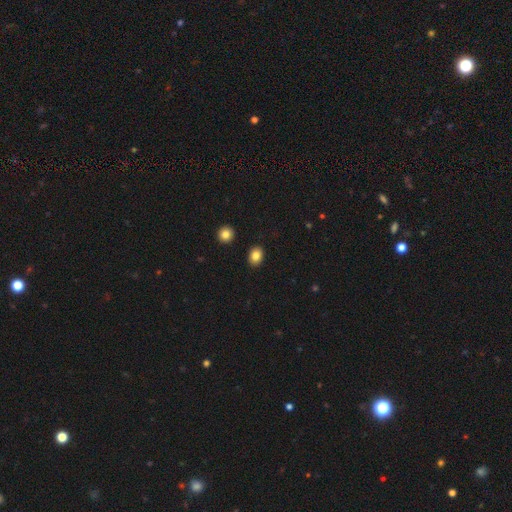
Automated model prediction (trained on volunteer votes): Smooth or featured?
  - smooth: 84% *
  - star or artifact: 10%
  - featured or disk: 6%
How rounded?
  - in between: 58% *
  - round: 41%
  - cigar-shaped: 1%
Merging?
  - none: 90% *
  - minor disturbance: 6%
  - merger: 2%
  - major disturbance: 2%